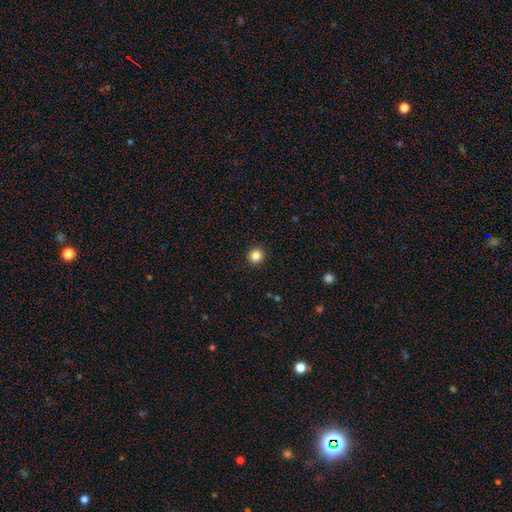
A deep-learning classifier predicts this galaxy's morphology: A smooth galaxy with no disk features (85%) that is round (94%).

Vote fractions:
- Smooth or featured? smooth: 85% / star or artifact: 11% / featured or disk: 4%
- How rounded? round: 94% / in between: 5% / cigar-shaped: 1%
- Merging? none: 93% / minor disturbance: 4% / major disturbance: 2% / merger: 1%